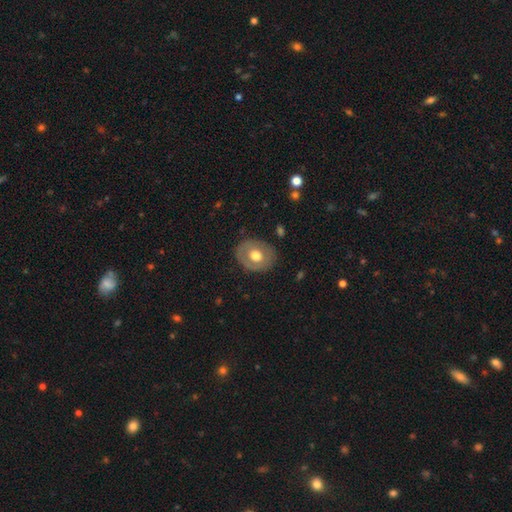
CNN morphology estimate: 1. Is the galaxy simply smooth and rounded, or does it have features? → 55% smooth, 39% featured or disk, 6% star or artifact.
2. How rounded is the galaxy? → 53% in between, 46% round, 1% cigar-shaped.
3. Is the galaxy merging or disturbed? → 83% none, 12% minor disturbance, 4% major disturbance, 1% merger.